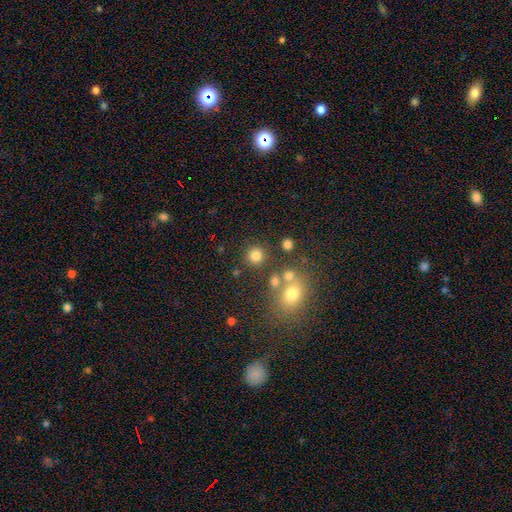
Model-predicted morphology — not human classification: This appears to be a smooth galaxy with no disk features (79%) that is round (91%). Merging: none (82%).